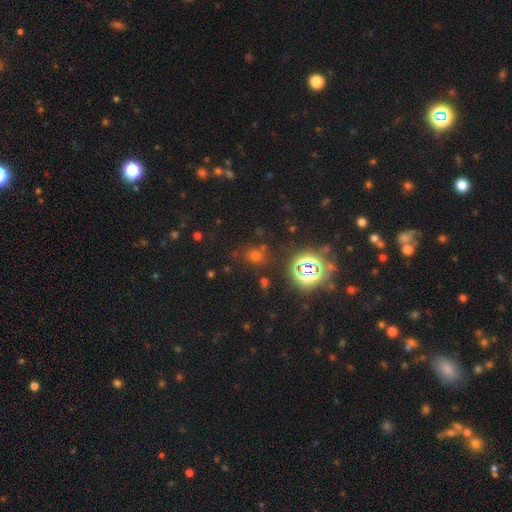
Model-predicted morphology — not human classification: smooth-or-featured: smooth: 47% | star or artifact: 46% | featured or disk: 8%
  merging: none: 77% | minor disturbance: 12% | merger: 6% | major disturbance: 5%